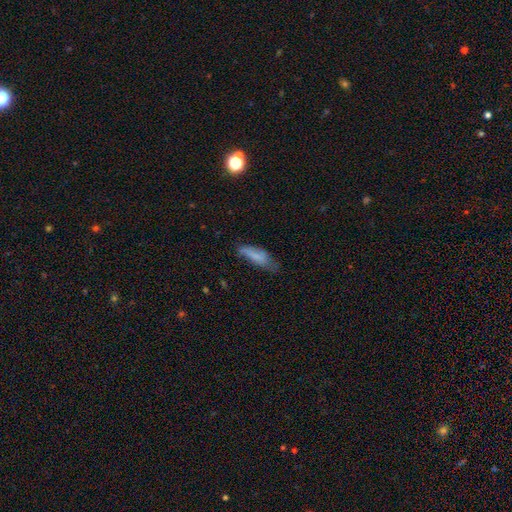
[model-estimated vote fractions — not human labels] A smooth galaxy with no disk features (73%) that is in between round and cigar-shaped (53%).

Vote fractions:
- Smooth or featured? smooth: 73% / featured or disk: 18% / star or artifact: 9%
- How rounded? in between: 53% / cigar-shaped: 45% / round: 2%
- Merging? none: 44% / minor disturbance: 36% / major disturbance: 17% / merger: 3%